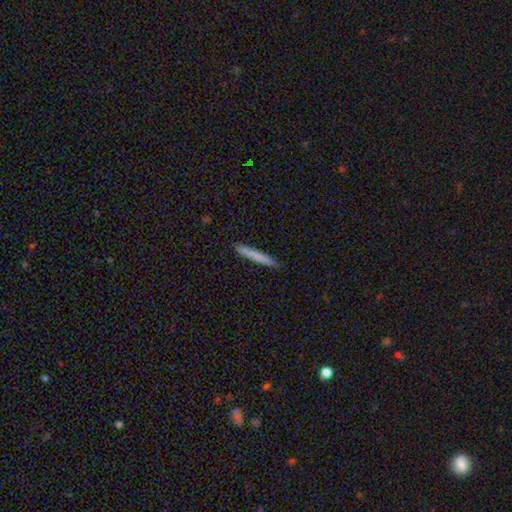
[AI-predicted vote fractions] Smooth or featured? Predicted: smooth (p=0.74). How rounded? Predicted: cigar-shaped (p=0.96). Merging? Predicted: none (p=0.91).